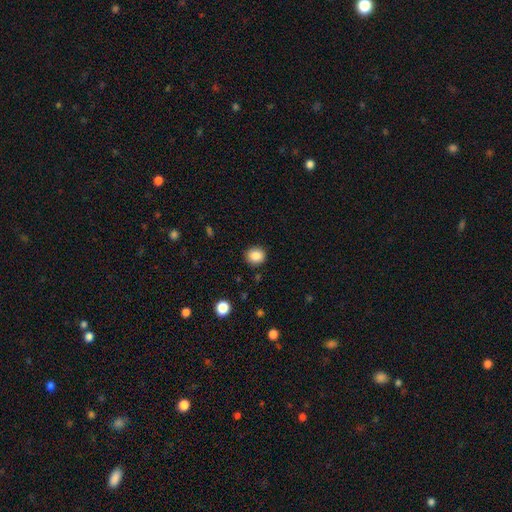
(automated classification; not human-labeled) A smooth galaxy with no disk features (85%) that is round (82%).

Vote fractions:
- Smooth or featured? smooth: 85% / star or artifact: 10% / featured or disk: 5%
- How rounded? round: 82% / in between: 17% / cigar-shaped: 1%
- Merging? none: 90% / minor disturbance: 7% / major disturbance: 2% / merger: 1%